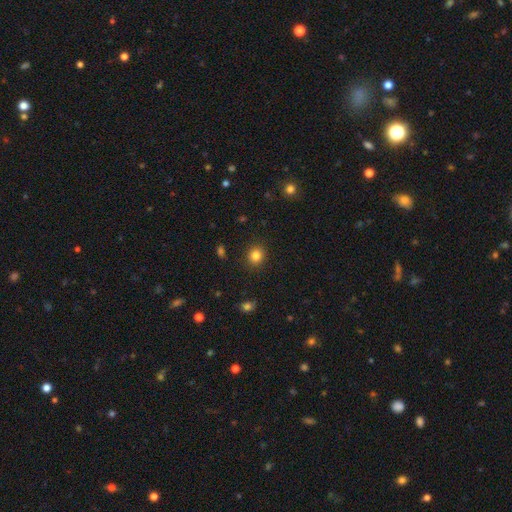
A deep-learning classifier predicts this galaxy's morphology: This appears to be a smooth galaxy with no disk features (83%) that is round (82%). Merging: none (89%).